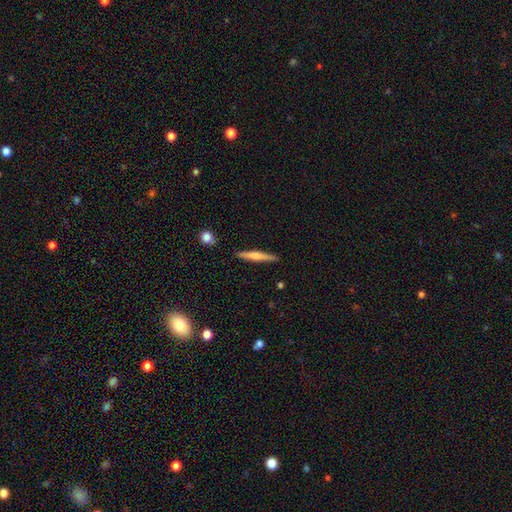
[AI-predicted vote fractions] The model was most divided on "smooth or featured": smooth: 49%, featured or disk: 45%, star or artifact: 6%. More confident: merging — none (89%).